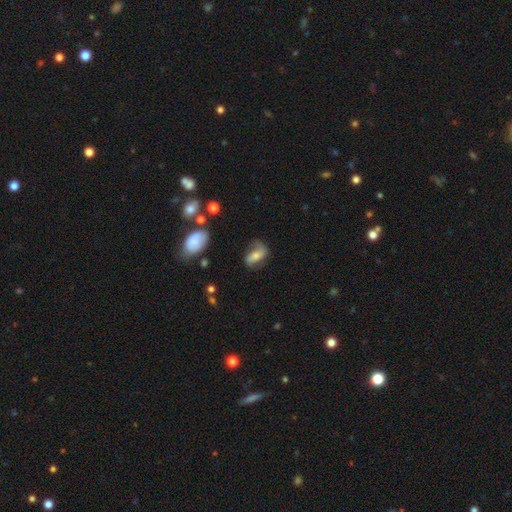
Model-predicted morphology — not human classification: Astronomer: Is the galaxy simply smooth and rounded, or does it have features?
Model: smooth — 46% (runner-up: featured or disk, 45%).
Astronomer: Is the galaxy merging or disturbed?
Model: none — 47% (runner-up: minor disturbance, 28%).